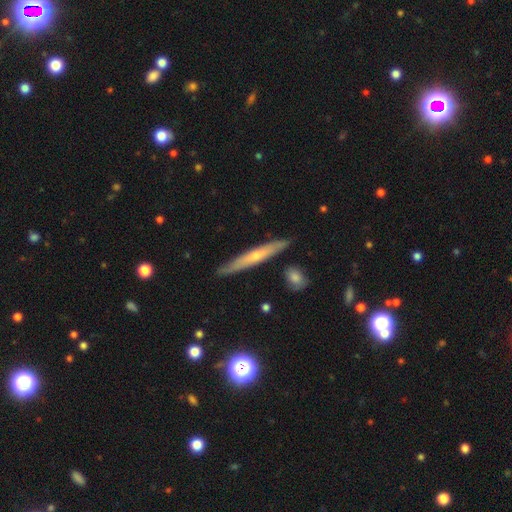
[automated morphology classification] type=featured or disk (57%); edge-on=yes (91%); edge-on bulge=rounded (56%); merging=none (86%).